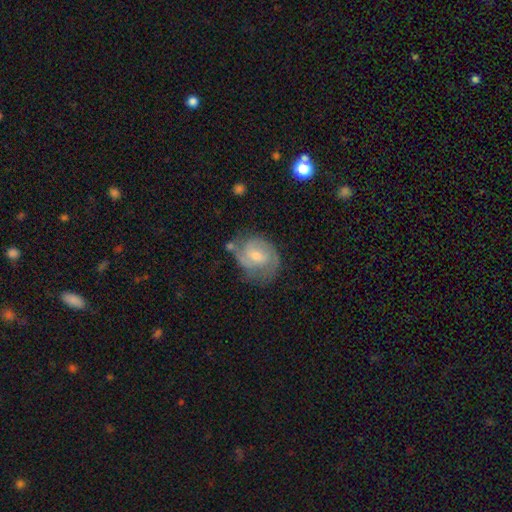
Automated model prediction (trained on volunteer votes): The model was most divided on "spiral winding": tight: 45%, medium: 41%, loose: 13%. Remaining: edge-on disk — no (97%); spiral arms — yes (89%); smooth or featured — featured or disk (70%); spiral arm count — 2 (61%); merging — none (56%); bar — weak (50%); bulge size — moderate (49%).